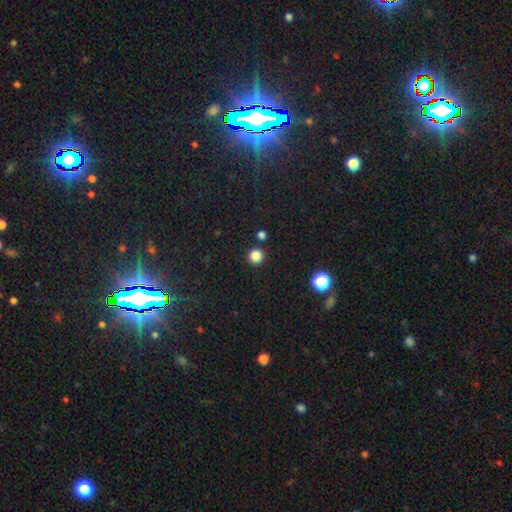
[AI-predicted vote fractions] The model was most divided on "smooth or featured": smooth: 84%, star or artifact: 12%, featured or disk: 3%. More confident: how rounded — round (94%); merging — none (88%).